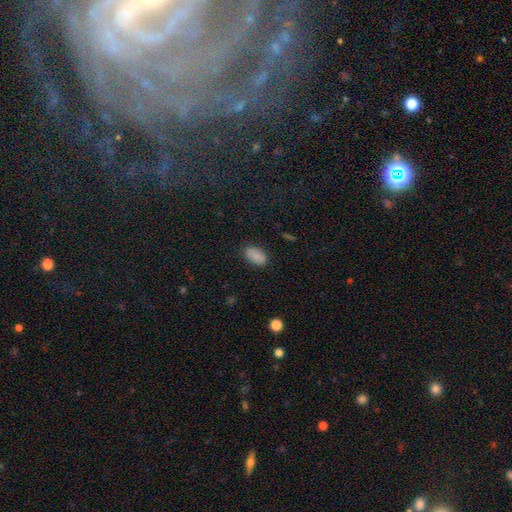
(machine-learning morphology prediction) smooth 87%, star or artifact 9%, featured or disk 5%. Down the decision tree: how rounded — in between (93%); merging — none (85%).